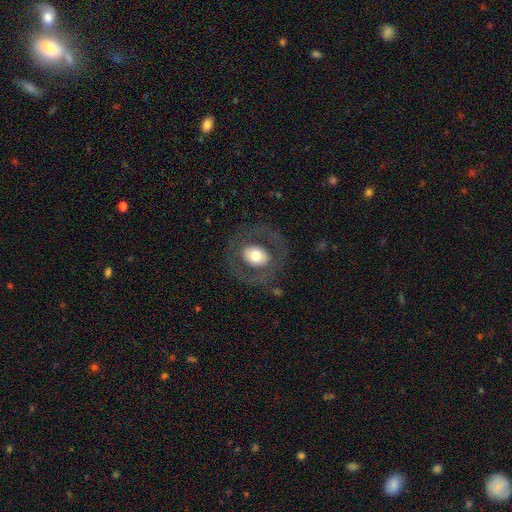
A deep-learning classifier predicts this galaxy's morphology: A smooth galaxy with no disk features (48%).

Vote fractions:
- Smooth or featured? smooth: 48% / featured or disk: 45% / star or artifact: 7%
- Merging? none: 77% / major disturbance: 11% / minor disturbance: 11% / merger: 1%